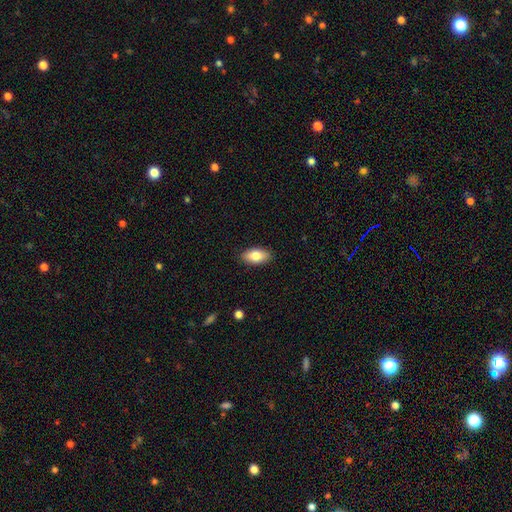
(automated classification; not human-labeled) This appears to be a smooth galaxy with no disk features (82%) that is in between round and cigar-shaped (92%). Merging: none (89%).